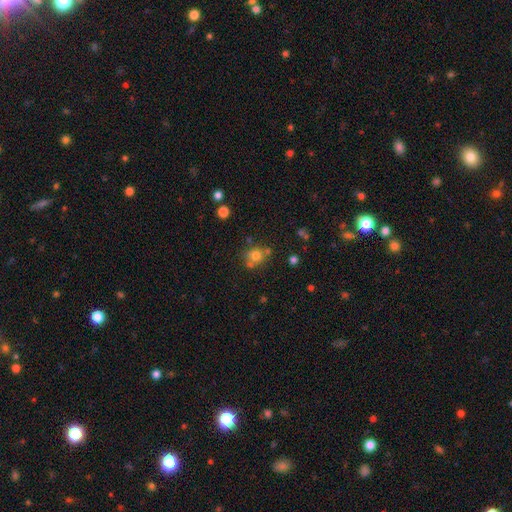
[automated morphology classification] Smooth or featured? Predicted: smooth (p=0.72). How rounded? Predicted: round (p=0.79). Merging? Predicted: none (p=0.59).